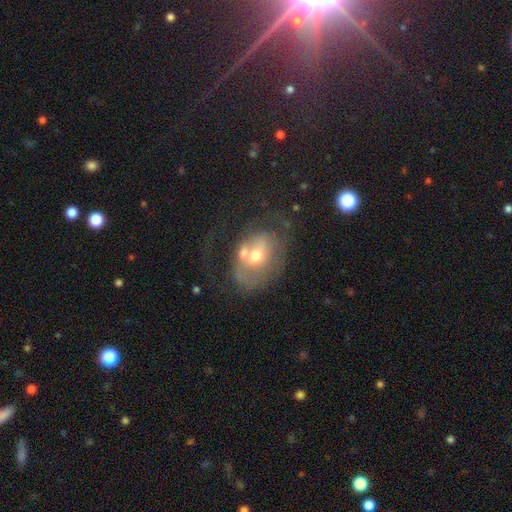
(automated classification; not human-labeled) Smooth or featured: featured or disk — 50% (smooth — 41%)
Merging: major disturbance — 31% (none — 27%)